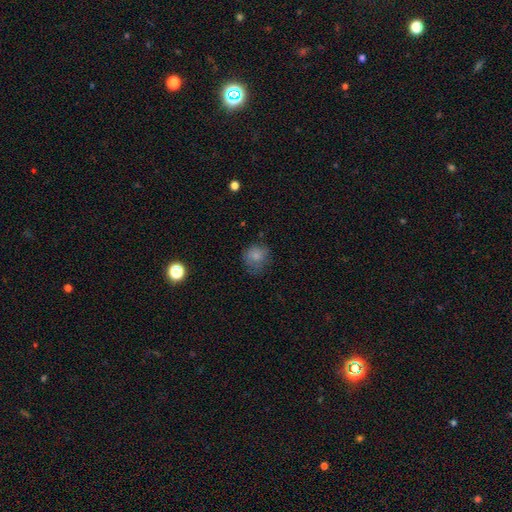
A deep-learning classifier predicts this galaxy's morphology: This appears to be a smooth galaxy with no disk features (80%) that is round (79%). Merging: none (61%).